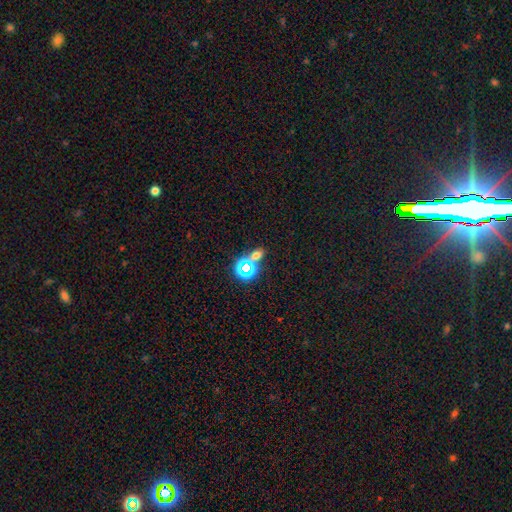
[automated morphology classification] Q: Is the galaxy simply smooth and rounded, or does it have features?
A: smooth — 49%.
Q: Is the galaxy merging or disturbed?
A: none — 58%.